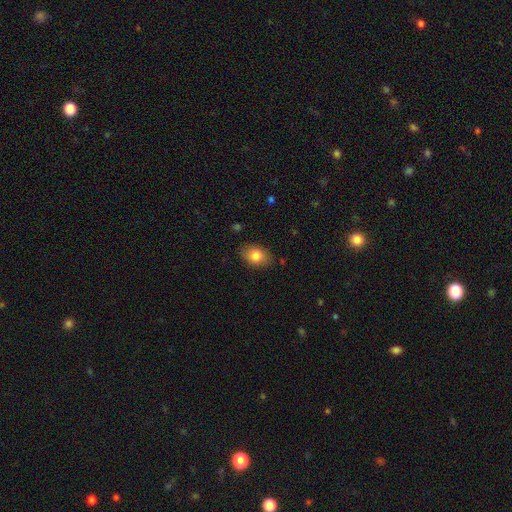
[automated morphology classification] smooth_or_featured: smooth (p=0.81) [alt: featured or disk p=0.11]
how_rounded: in between (p=0.79) [alt: round p=0.19]
merging: none (p=0.84) [alt: minor disturbance p=0.12]